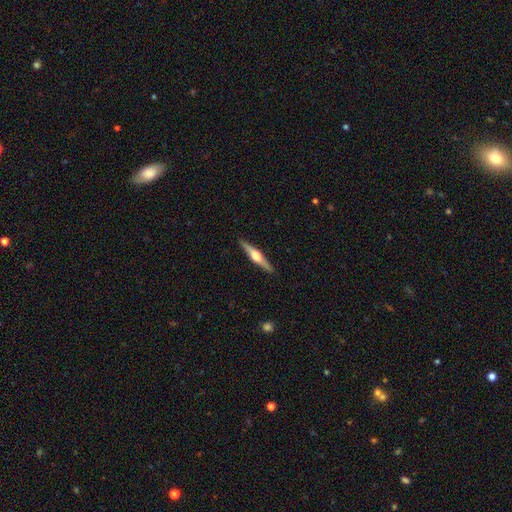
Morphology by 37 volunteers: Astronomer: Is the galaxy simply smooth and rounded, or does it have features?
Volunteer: featured or disk — 89%.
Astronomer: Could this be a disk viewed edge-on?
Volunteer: yes — 100%.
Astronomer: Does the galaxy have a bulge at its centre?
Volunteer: rounded — 97%.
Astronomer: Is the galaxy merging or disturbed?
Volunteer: none — 89%.